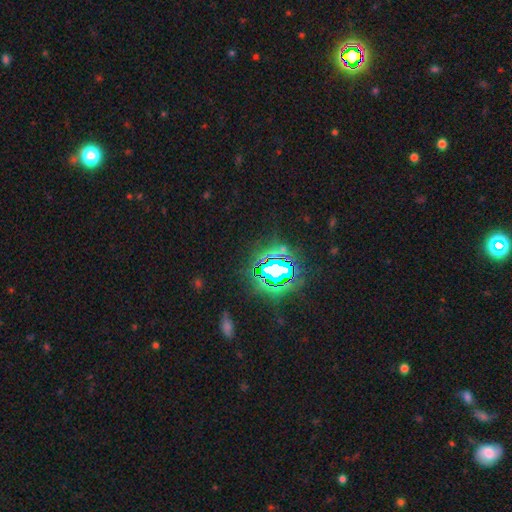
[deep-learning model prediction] Smooth or featured: star or artifact — 83% (smooth — 10%)